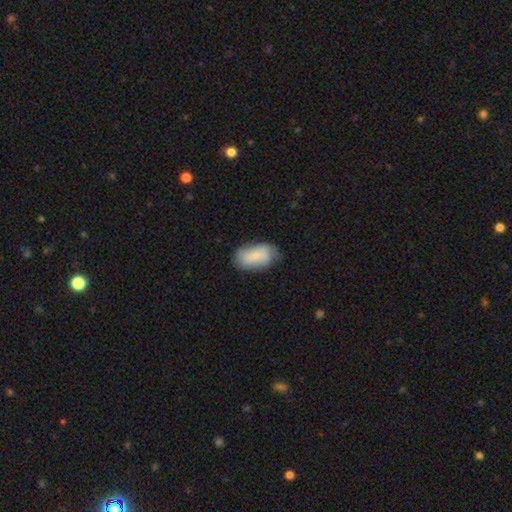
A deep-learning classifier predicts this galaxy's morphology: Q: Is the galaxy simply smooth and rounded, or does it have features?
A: smooth — 66%.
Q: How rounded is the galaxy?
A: in between — 92%.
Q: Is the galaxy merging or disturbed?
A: none — 70%.